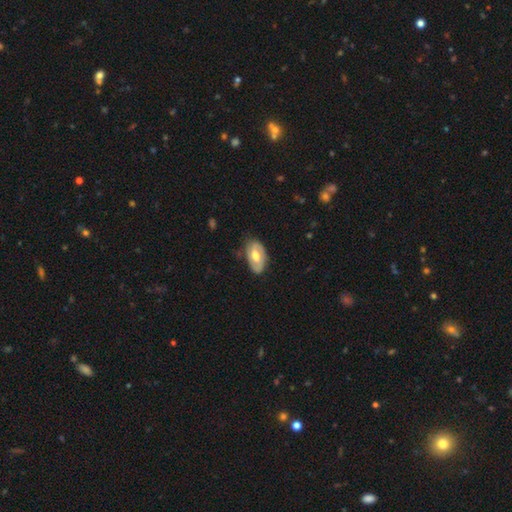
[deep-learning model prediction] Smooth or featured?
  - featured or disk: 50% *
  - smooth: 44%
  - star or artifact: 5%
Edge-on disk?
  - no: 91% *
  - yes: 9%
Merging?
  - none: 73% *
  - minor disturbance: 21%
  - major disturbance: 5%
  - merger: 1%